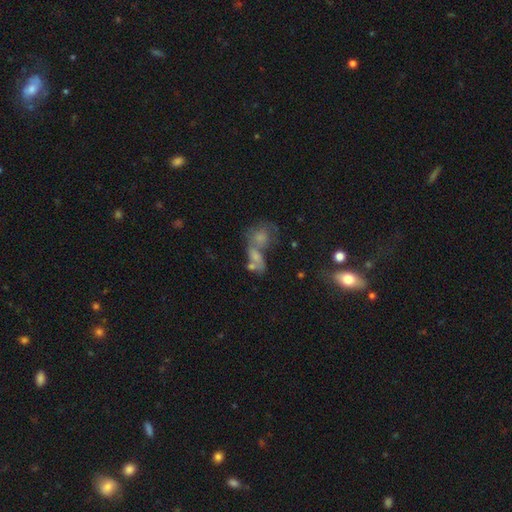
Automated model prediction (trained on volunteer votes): A smooth galaxy with no disk features (41%).

Vote fractions:
- Smooth or featured? smooth: 41% / featured or disk: 36% / star or artifact: 23%
- Merging? merger: 50% / none: 25% / major disturbance: 14% / minor disturbance: 11%